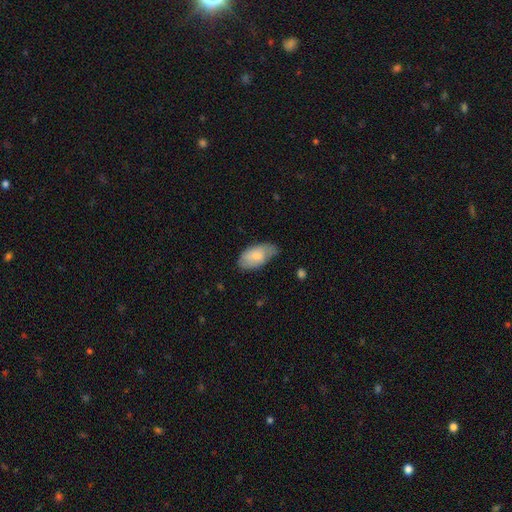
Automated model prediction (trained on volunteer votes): Q: Smooth or featured?
A: smooth (76%); runner-up: featured or disk (18%)
Q: How rounded?
A: in between (94%); runner-up: round (3%)
Q: Merging?
A: none (53%); runner-up: minor disturbance (37%)